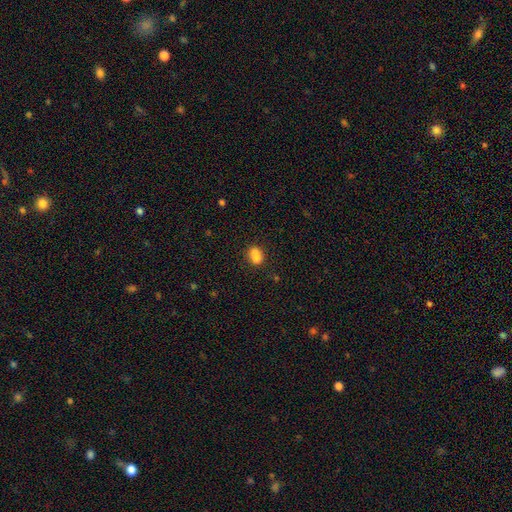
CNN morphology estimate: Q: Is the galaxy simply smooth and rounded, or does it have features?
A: smooth — 83%.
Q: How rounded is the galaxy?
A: in between — 75%.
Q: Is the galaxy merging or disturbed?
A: none — 64%.